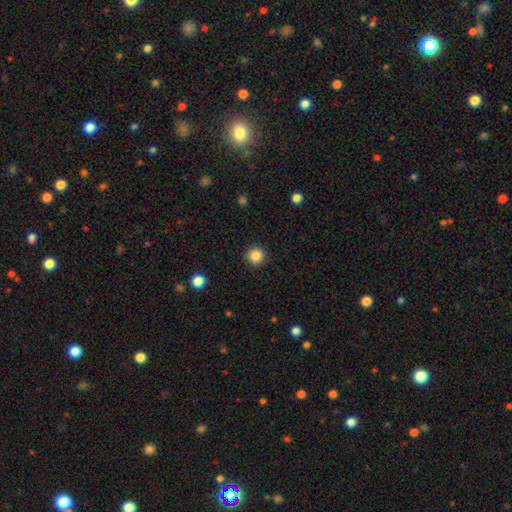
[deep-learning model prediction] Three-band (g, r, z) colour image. It shows a smooth galaxy with no disk features (85%) that is round (95%). Merging: none (91%).